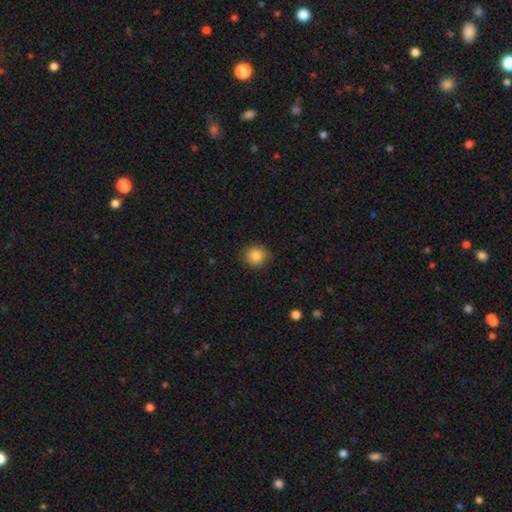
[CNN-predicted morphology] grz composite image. It shows a smooth galaxy with no disk features (85%) that is round (85%). Merging: none (87%).